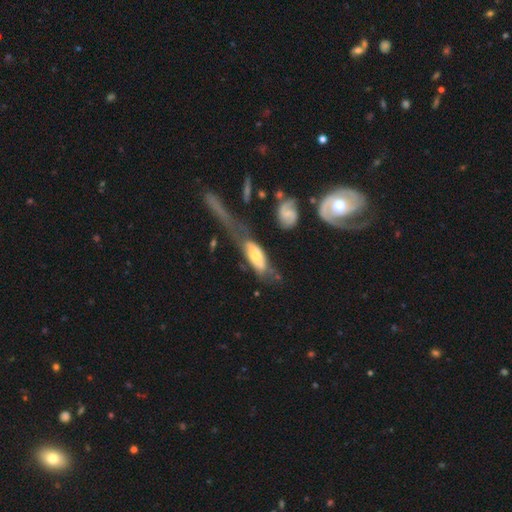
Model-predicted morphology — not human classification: smooth_or_featured: smooth (p=0.53) [alt: featured or disk p=0.41]
how_rounded: in between (p=0.70) [alt: cigar-shaped p=0.28]
merging: major disturbance (p=0.32) [alt: none p=0.29]